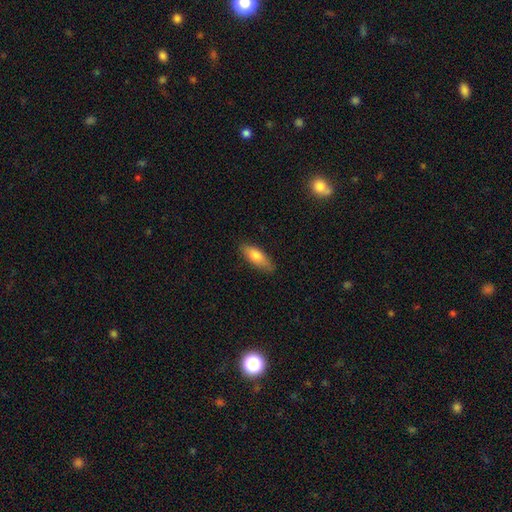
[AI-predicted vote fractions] This appears to be a smooth galaxy with no disk features (75%) that is in between round and cigar-shaped (65%). Merging: none (82%).